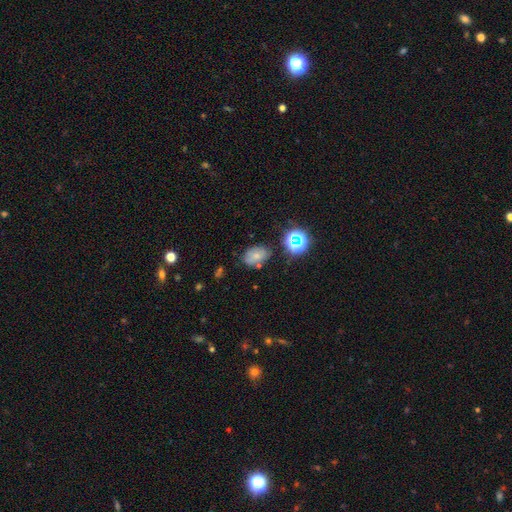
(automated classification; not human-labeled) smooth-or-featured: smooth: 65% | star or artifact: 18% | featured or disk: 17%
  how-rounded: in between: 79% | round: 20% | cigar-shaped: 1%
  merging: none: 69% | minor disturbance: 18% | merger: 8% | major disturbance: 5%